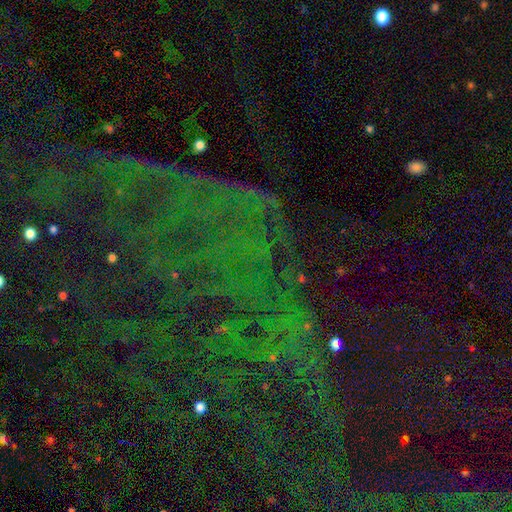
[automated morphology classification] smooth_or_featured: star or artifact (p=0.79) [alt: featured or disk p=0.11]